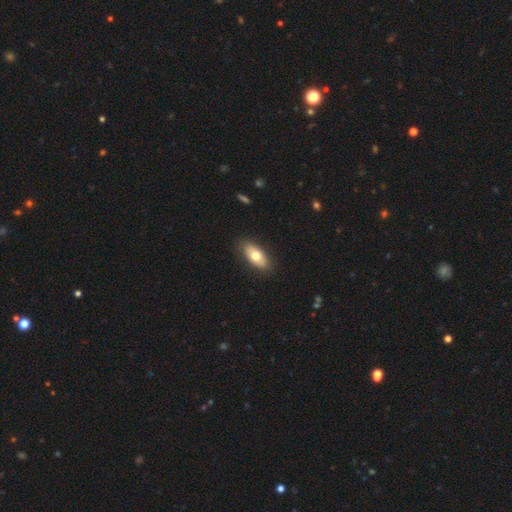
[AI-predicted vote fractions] smooth-or-featured: smooth: 70% | featured or disk: 24% | star or artifact: 6%
  how-rounded: in between: 88% | cigar-shaped: 8% | round: 4%
  merging: none: 87% | minor disturbance: 10% | major disturbance: 2% | merger: 1%